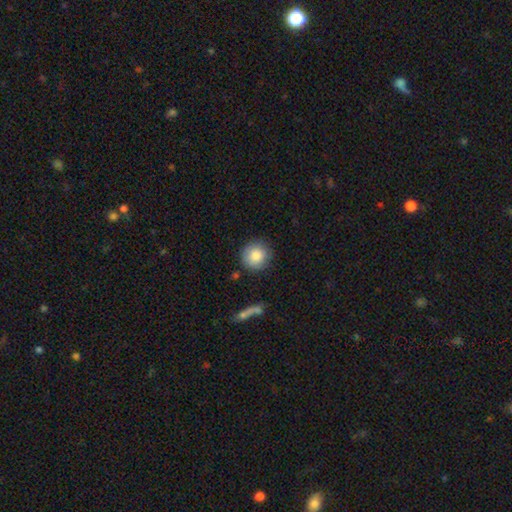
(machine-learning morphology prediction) Smooth or featured: smooth — 84% (featured or disk — 9%)
How rounded: round — 93% (in between — 6%)
Merging: none — 83% (minor disturbance — 12%)